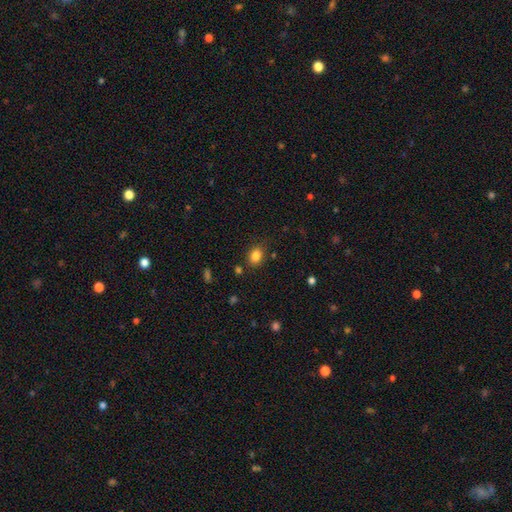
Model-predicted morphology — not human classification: Q: Smooth or featured?
A: smooth (84%); runner-up: star or artifact (11%)
Q: How rounded?
A: in between (62%); runner-up: round (37%)
Q: Merging?
A: none (79%); runner-up: minor disturbance (13%)